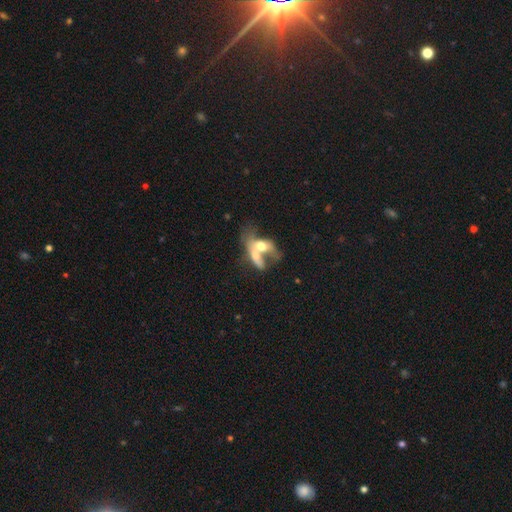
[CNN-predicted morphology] A smooth galaxy with no disk features (50%).

Vote fractions:
- Smooth or featured? smooth: 50% / featured or disk: 42% / star or artifact: 8%
- Merging? merger: 74% / major disturbance: 11% / none: 9% / minor disturbance: 6%